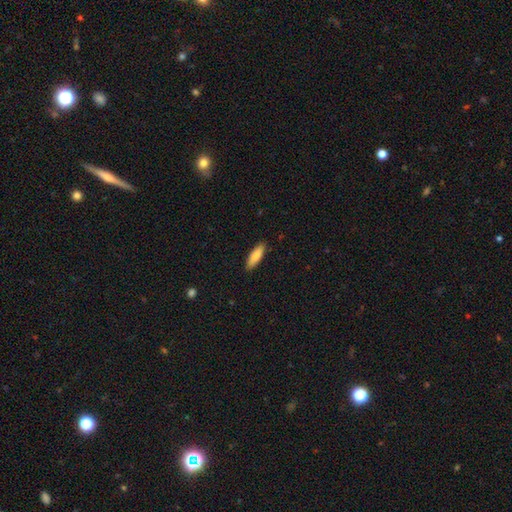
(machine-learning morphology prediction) A smooth galaxy with no disk features (85%) that is cigar-shaped (54%). Merging: none (89%).